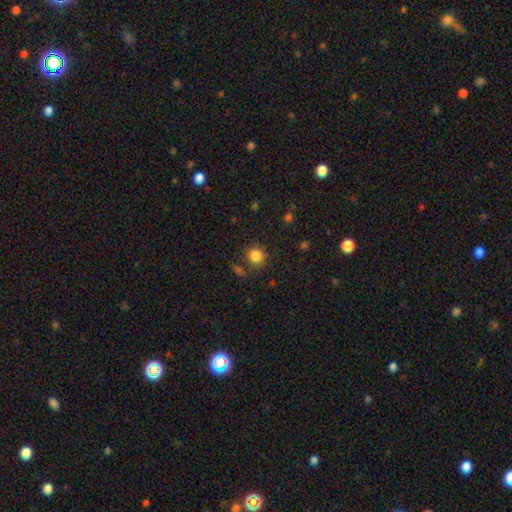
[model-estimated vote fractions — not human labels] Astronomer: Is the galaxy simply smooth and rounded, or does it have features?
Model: smooth — 84%.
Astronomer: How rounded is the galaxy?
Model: round — 90%.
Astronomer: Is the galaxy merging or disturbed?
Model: none — 80%.